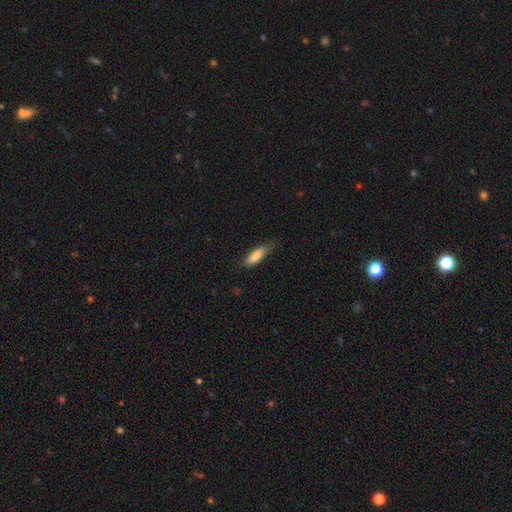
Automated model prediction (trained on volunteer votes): Overall: smooth (82%). How rounded: in between (59%; cigar-shaped 39%). Merging: none (66%; minor disturbance 27%).